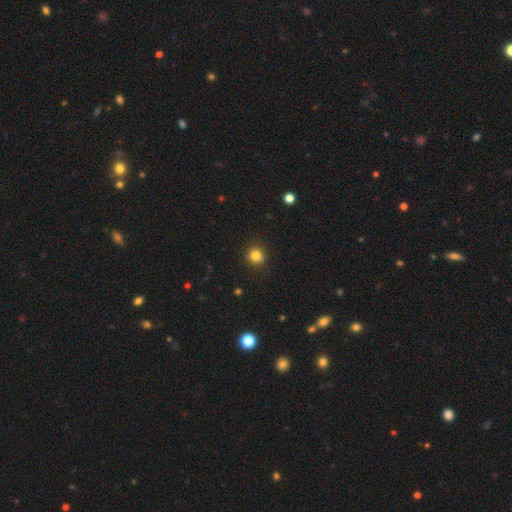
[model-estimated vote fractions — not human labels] Smooth or featured?
  - smooth: 82% *
  - star or artifact: 12%
  - featured or disk: 5%
How rounded?
  - round: 87% *
  - in between: 12%
  - cigar-shaped: 1%
Merging?
  - none: 87% *
  - minor disturbance: 9%
  - major disturbance: 2%
  - merger: 1%